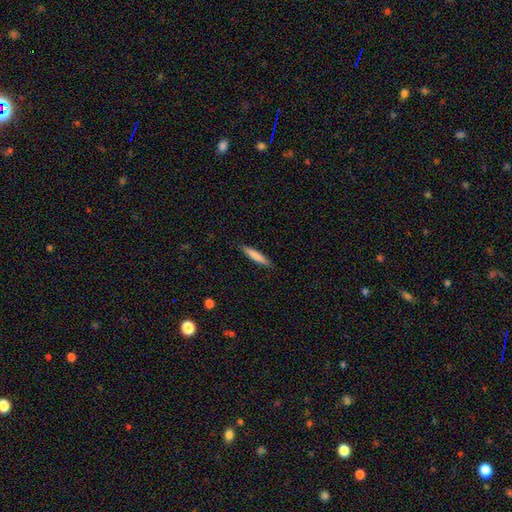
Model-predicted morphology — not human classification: The model was most divided on "smooth or featured": smooth: 79%, featured or disk: 15%, star or artifact: 6%. More confident: how rounded — cigar-shaped (90%); merging — none (88%).